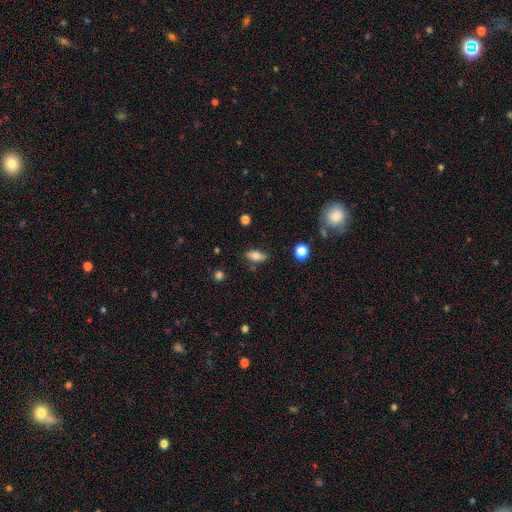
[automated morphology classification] smooth_or_featured: smooth (p=0.73) [alt: featured or disk p=0.18]
how_rounded: in between (p=0.82) [alt: cigar-shaped p=0.12]
merging: none (p=0.74) [alt: minor disturbance p=0.19]